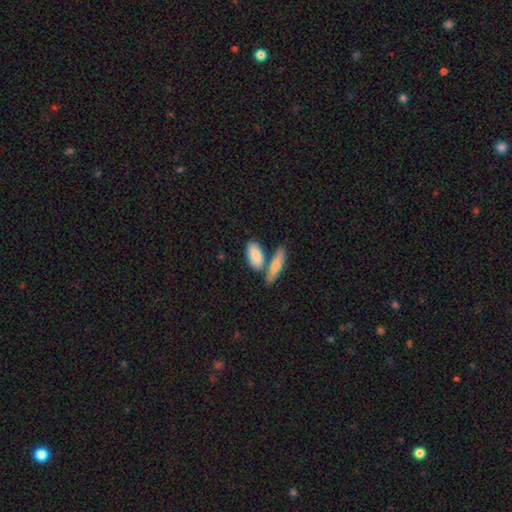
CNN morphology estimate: The model was most divided on "merging": none: 55%, merger: 29%, minor disturbance: 12%, major disturbance: 4%. More confident: smooth or featured — smooth (83%); how rounded — in between (80%).